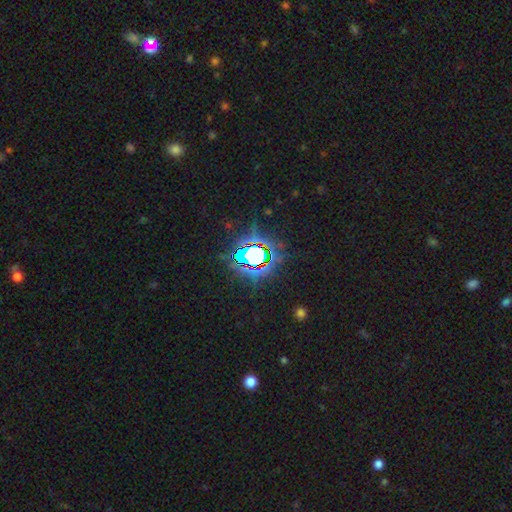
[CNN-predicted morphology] star or artifact 82%, smooth 11%, featured or disk 7%.